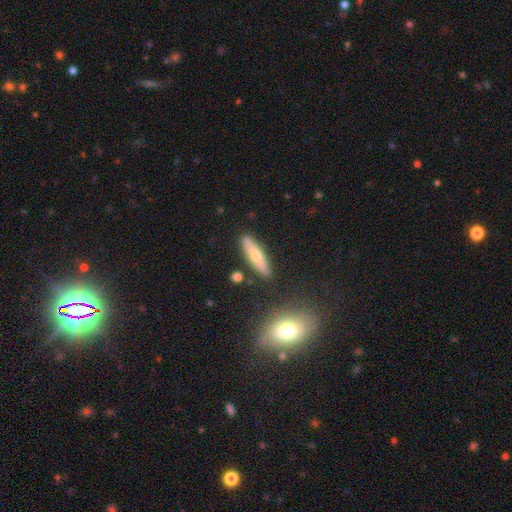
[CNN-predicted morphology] A smooth galaxy with no disk features (61%) that is cigar-shaped (68%).

Vote fractions:
- Smooth or featured? smooth: 61% / featured or disk: 32% / star or artifact: 7%
- How rounded? cigar-shaped: 68% / in between: 30% / round: 2%
- Merging? none: 85% / minor disturbance: 10% / merger: 3% / major disturbance: 2%